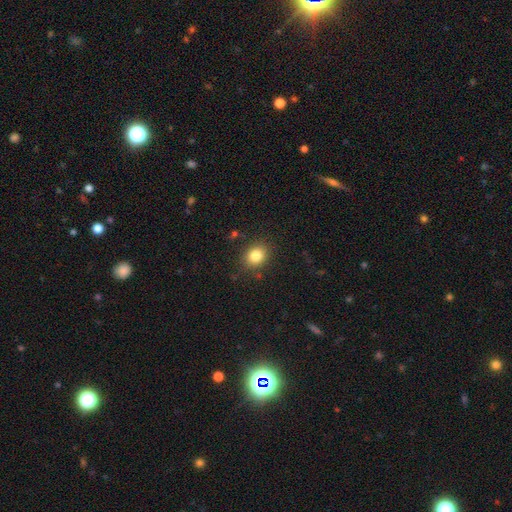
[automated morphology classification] This appears to be a smooth galaxy with no disk features (83%) that is round (63%). Merging: none (86%).